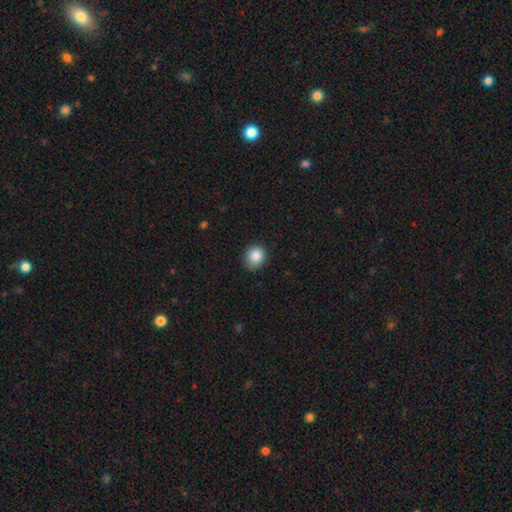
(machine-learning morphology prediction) smooth 85%, star or artifact 10%, featured or disk 5%. Down the decision tree: how rounded — round (73%); merging — none (83%).